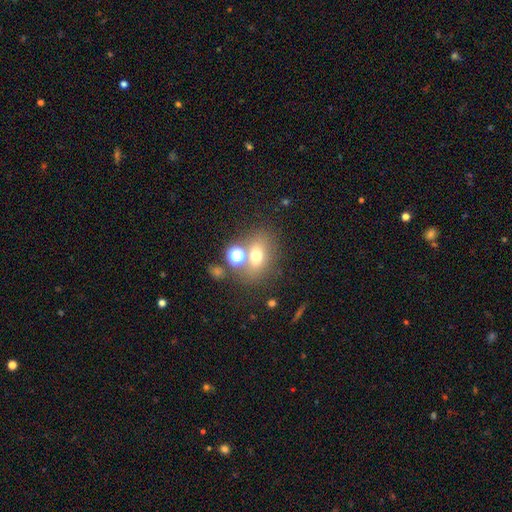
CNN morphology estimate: Smooth or featured?
  - smooth: 66% *
  - star or artifact: 18%
  - featured or disk: 16%
How rounded?
  - in between: 56% *
  - round: 42%
  - cigar-shaped: 2%
Merging?
  - none: 60% *
  - merger: 21%
  - minor disturbance: 12%
  - major disturbance: 6%